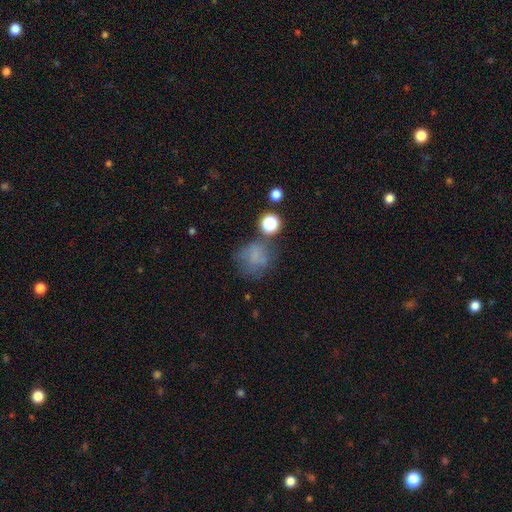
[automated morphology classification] smooth_or_featured: smooth (p=0.61) [alt: star or artifact p=0.20]
how_rounded: round (p=0.74) [alt: in between p=0.25]
merging: none (p=0.52) [alt: minor disturbance p=0.21]